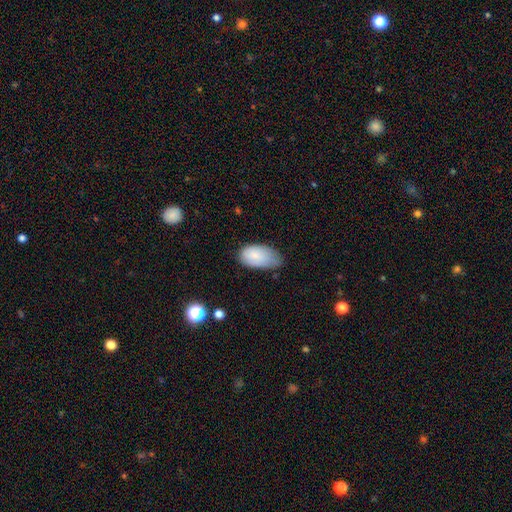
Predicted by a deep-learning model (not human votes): Q: Smooth or featured?
A: smooth (82%); runner-up: featured or disk (11%)
Q: How rounded?
A: in between (95%); runner-up: round (3%)
Q: Merging?
A: minor disturbance (44%); runner-up: none (43%)